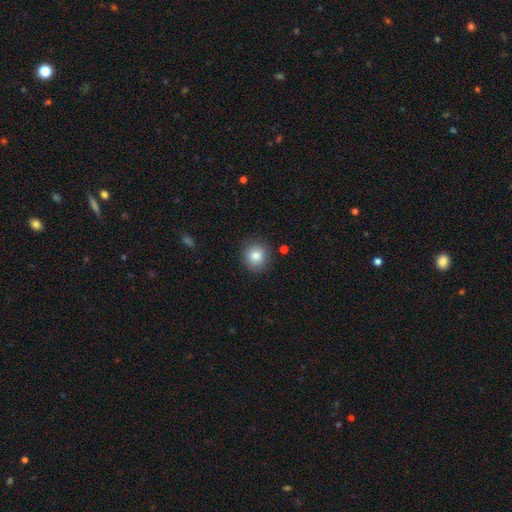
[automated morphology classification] A smooth galaxy with no disk features (84%) that is round (91%).

Vote fractions:
- Smooth or featured? smooth: 84% / star or artifact: 9% / featured or disk: 7%
- How rounded? round: 91% / in between: 8% / cigar-shaped: 1%
- Merging? none: 89% / minor disturbance: 7% / major disturbance: 2% / merger: 2%